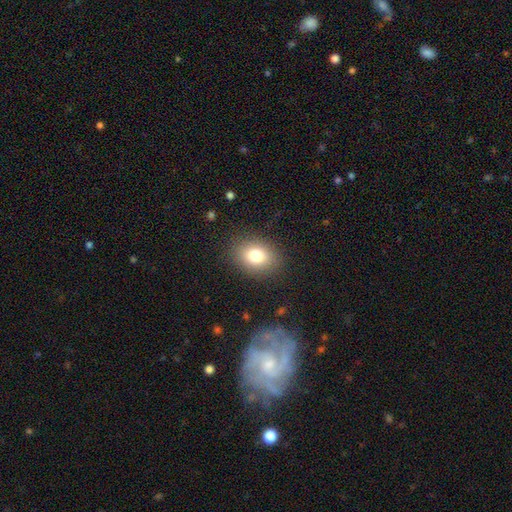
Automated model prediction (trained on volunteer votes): This is likely a smooth galaxy (79%). How rounded: likely in between (63%). Merging: clearly none (87%).